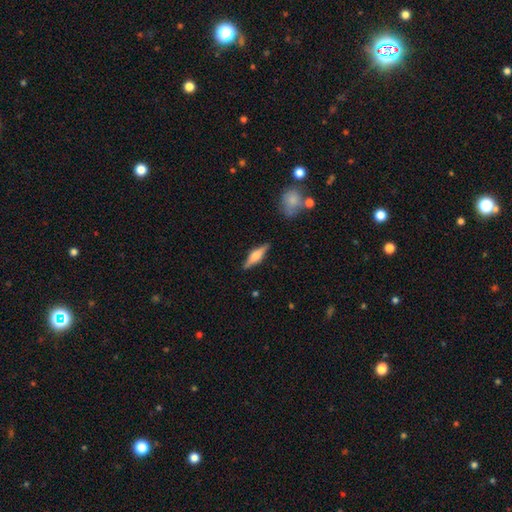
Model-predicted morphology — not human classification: This appears to be a featured or disk galaxy (61%) viewed edge-on (96%) with a rounded central bulge (79%). Merging: none (87%).